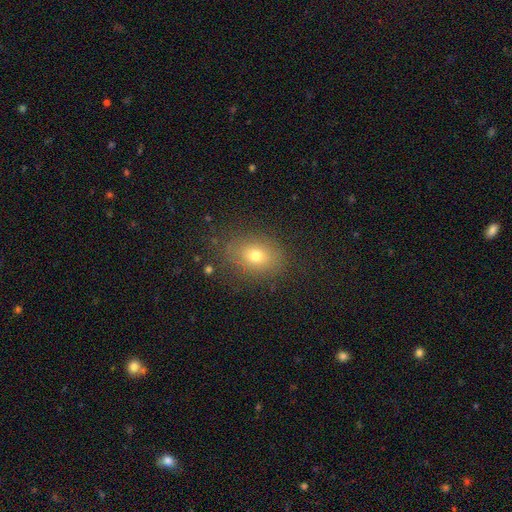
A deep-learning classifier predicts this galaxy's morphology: type=smooth (71%); roundness=in between (66%); merging=none (81%).